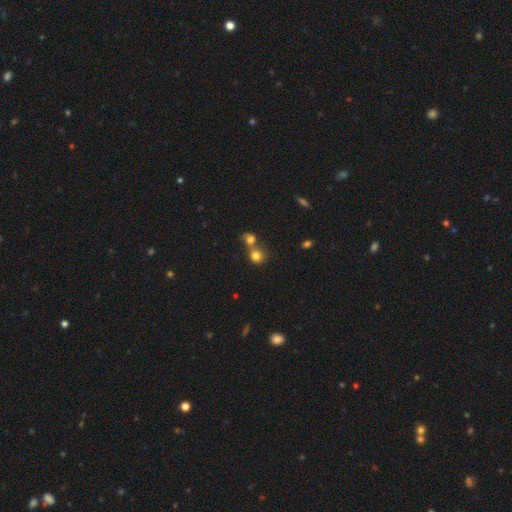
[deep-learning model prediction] The model was most divided on "merging": merger: 54%, none: 36%, minor disturbance: 6%, major disturbance: 3%. More confident: how rounded — round (83%); smooth or featured — smooth (79%).